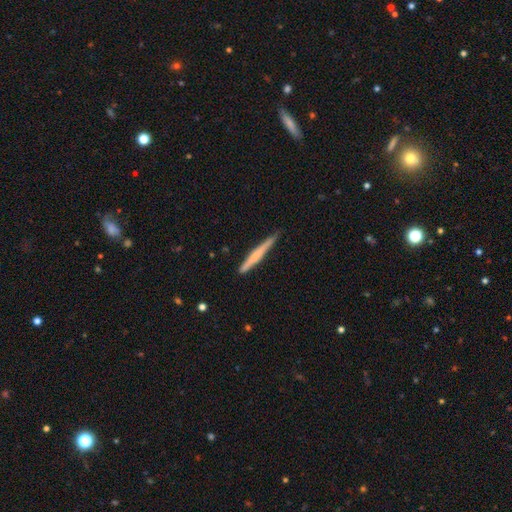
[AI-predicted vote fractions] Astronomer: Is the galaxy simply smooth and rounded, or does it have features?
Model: smooth — 51% (runner-up: featured or disk, 43%).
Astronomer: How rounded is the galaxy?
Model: cigar-shaped — 97%.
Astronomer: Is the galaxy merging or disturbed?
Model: none — 83%.